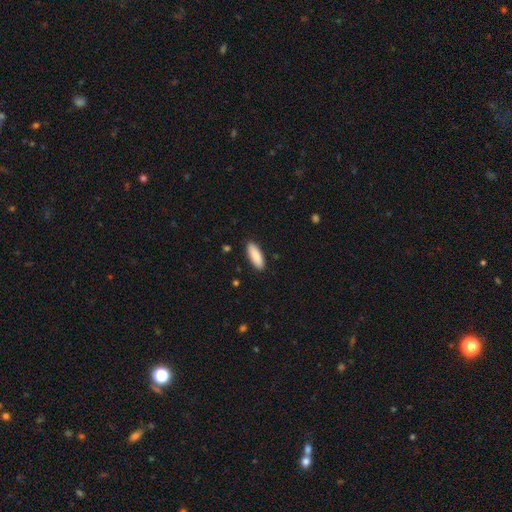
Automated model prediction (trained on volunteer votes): smooth-or-featured: smooth: 89% | star or artifact: 5% | featured or disk: 5%
  how-rounded: in between: 65% | cigar-shaped: 33% | round: 2%
  merging: none: 89% | minor disturbance: 8% | major disturbance: 2% | merger: 1%